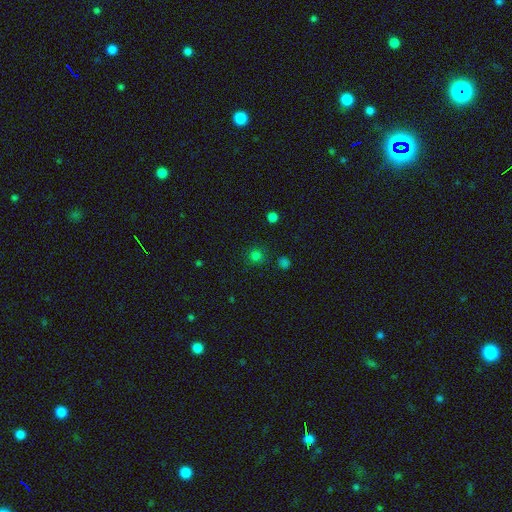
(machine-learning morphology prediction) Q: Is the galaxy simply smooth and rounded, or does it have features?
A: smooth — 75%.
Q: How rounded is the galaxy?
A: round — 91%.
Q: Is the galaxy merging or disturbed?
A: none — 84%.